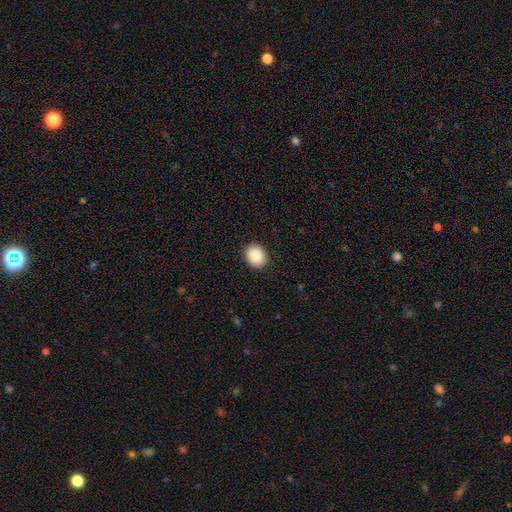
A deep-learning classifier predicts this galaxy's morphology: Smooth or featured? smooth (88%)
How rounded? round (61%)
Merging? none (91%)